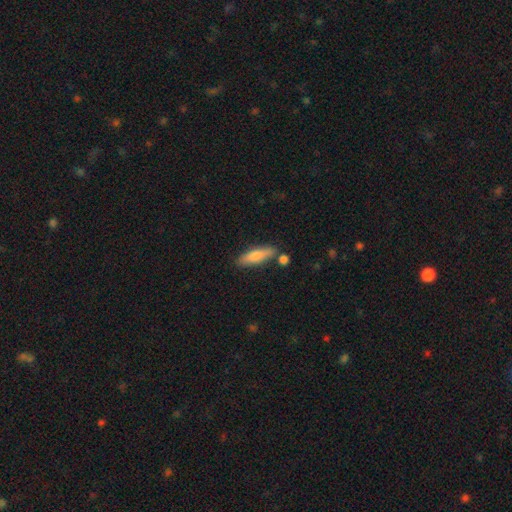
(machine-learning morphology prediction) Overall: smooth (77%). How rounded: cigar-shaped (65%; in between 33%). Merging: none (77%).